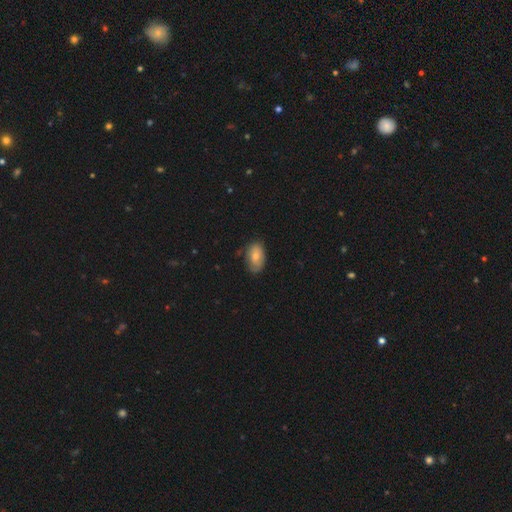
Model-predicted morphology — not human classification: smooth-or-featured: smooth: 74% | featured or disk: 20% | star or artifact: 7%
  how-rounded: in between: 91% | round: 8% | cigar-shaped: 2%
  merging: none: 69% | minor disturbance: 25% | major disturbance: 5% | merger: 1%